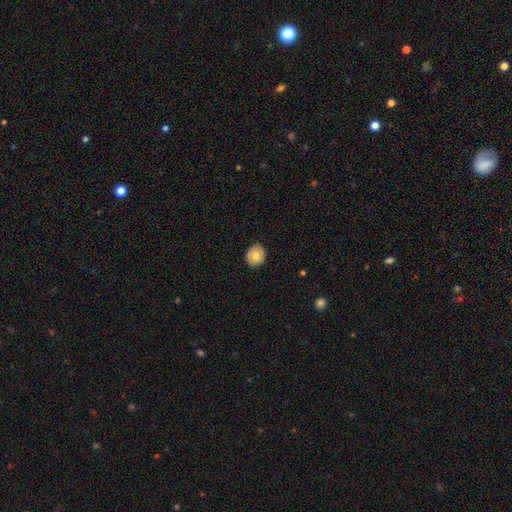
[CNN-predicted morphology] Overall: smooth (63%; featured or disk 30%). How rounded: round (67%; in between 32%). Merging: none (85%).